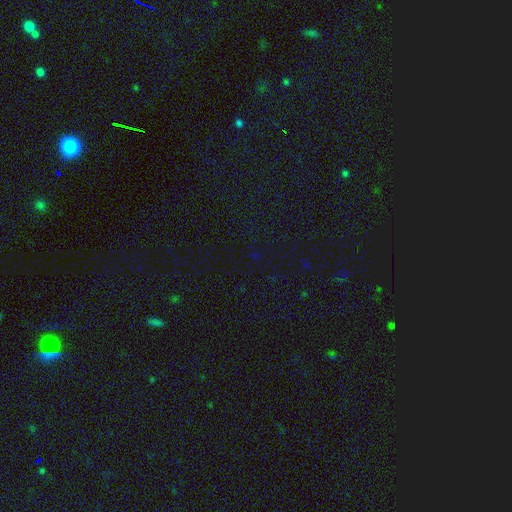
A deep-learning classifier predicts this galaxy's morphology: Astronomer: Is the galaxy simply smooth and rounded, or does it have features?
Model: star or artifact — 73%.